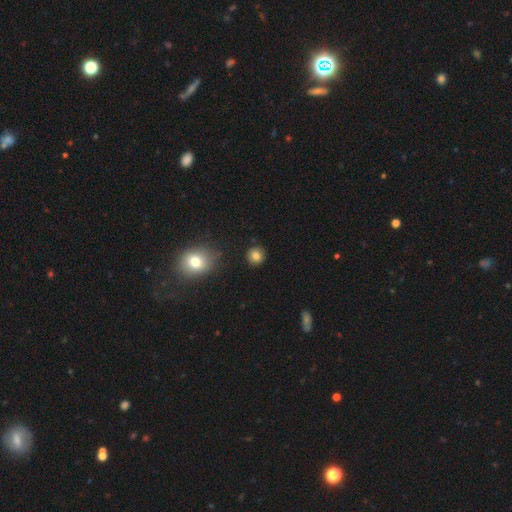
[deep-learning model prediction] Smooth or featured? Predicted: smooth (p=0.83). How rounded? Predicted: round (p=0.91). Merging? Predicted: none (p=0.89).